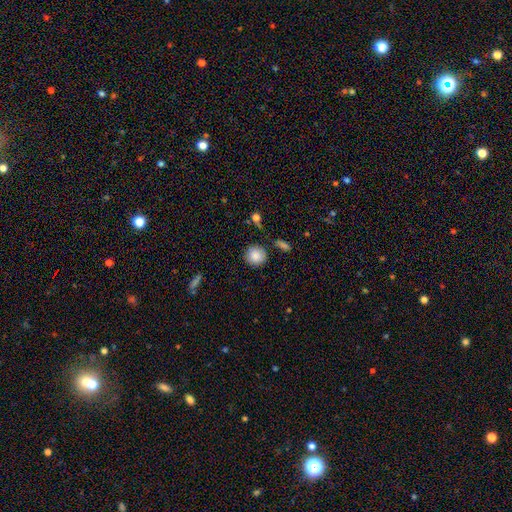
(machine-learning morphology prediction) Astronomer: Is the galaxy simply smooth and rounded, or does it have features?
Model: smooth — 86%.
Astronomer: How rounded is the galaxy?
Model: round — 91%.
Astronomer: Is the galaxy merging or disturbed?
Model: none — 84%.